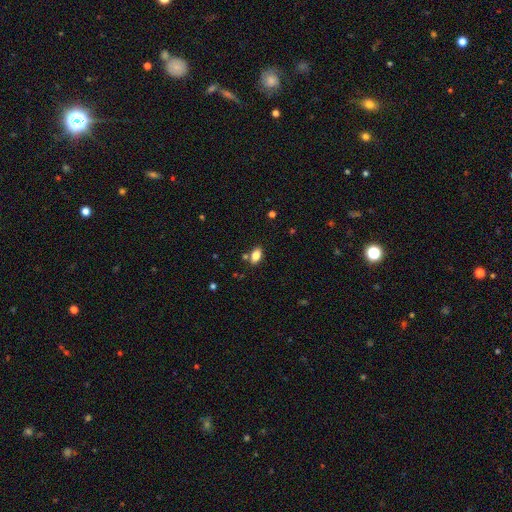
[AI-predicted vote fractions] Overall: smooth (83%). How rounded: in between (91%). Merging: none (77%).